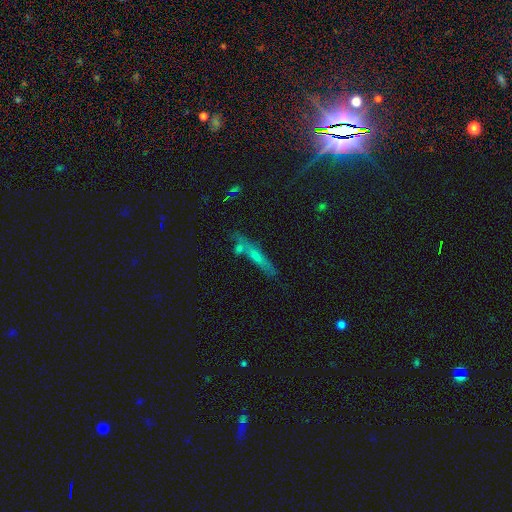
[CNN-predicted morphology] Smooth or featured? featured or disk (47%)
Merging? none (72%)